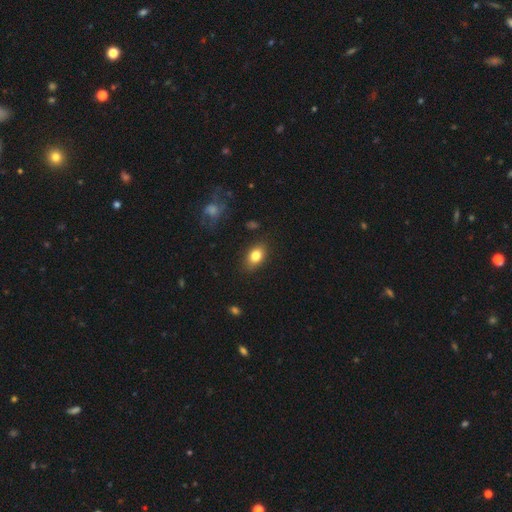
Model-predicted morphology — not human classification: The model was most divided on "how rounded": in between: 81%, round: 17%, cigar-shaped: 2%. More confident: merging — none (85%); smooth or featured — smooth (81%).